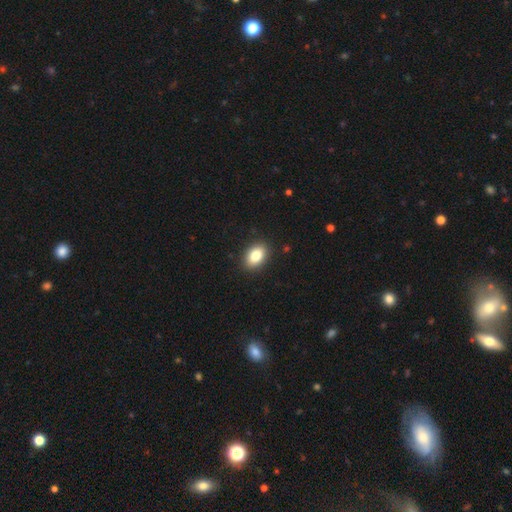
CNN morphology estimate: Overall: smooth (83%). How rounded: in between (84%). Merging: none (89%).